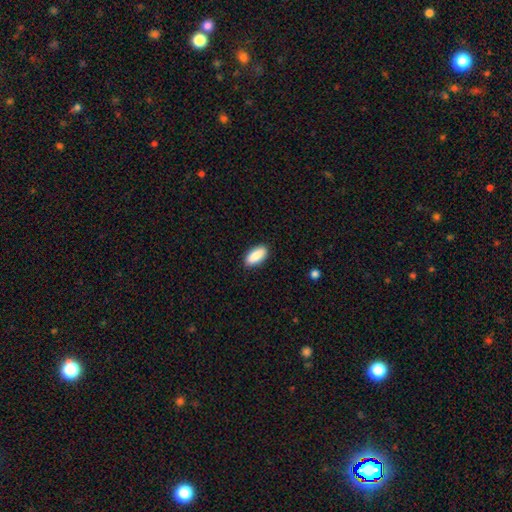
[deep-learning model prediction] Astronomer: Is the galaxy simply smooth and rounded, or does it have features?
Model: smooth — 90%.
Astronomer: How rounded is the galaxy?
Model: in between — 91%.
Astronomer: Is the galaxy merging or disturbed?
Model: none — 89%.